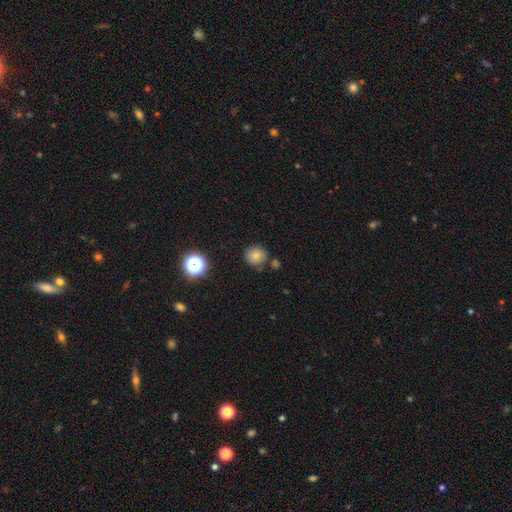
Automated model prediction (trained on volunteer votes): smooth_or_featured: smooth (p=0.76) [alt: star or artifact p=0.14]
how_rounded: round (p=0.89) [alt: in between p=0.10]
merging: none (p=0.80) [alt: minor disturbance p=0.10]